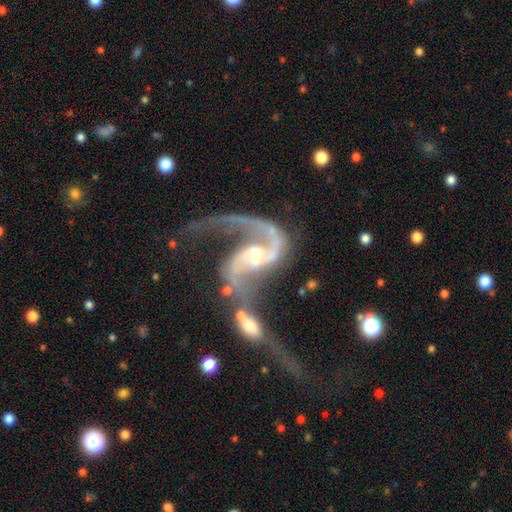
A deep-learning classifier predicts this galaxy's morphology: A featured or disk galaxy (91%) with a weak bar (48%), 2 (86%) loose (68%) spiral arms (97%) and a moderate central bulge (45%). Merging: merger (53%).